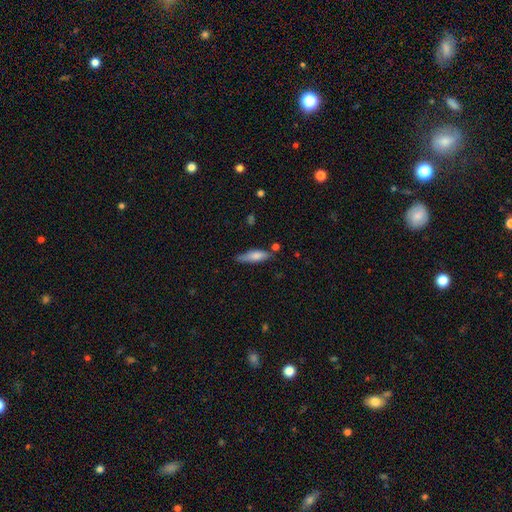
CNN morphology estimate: A smooth galaxy with no disk features (74%) that is cigar-shaped (58%).

Vote fractions:
- Smooth or featured? smooth: 74% / featured or disk: 20% / star or artifact: 6%
- How rounded? cigar-shaped: 58% / in between: 41% / round: 2%
- Merging? none: 65% / minor disturbance: 25% / merger: 6% / major disturbance: 5%